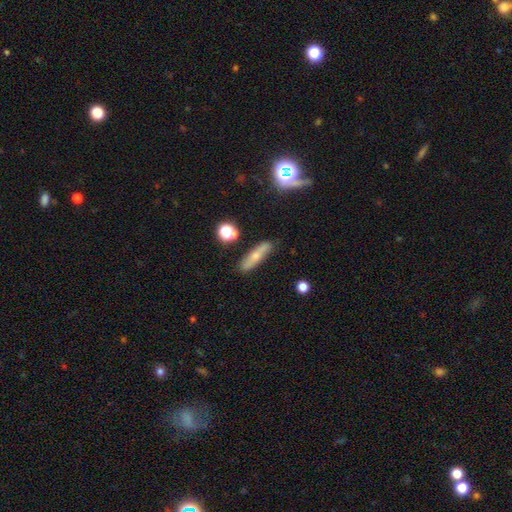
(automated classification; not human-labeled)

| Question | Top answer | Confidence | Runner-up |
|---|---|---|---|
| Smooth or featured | smooth | 55% | featured or disk (35%) |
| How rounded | cigar-shaped | 70% | in between (26%) |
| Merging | none | 83% | minor disturbance (12%) |